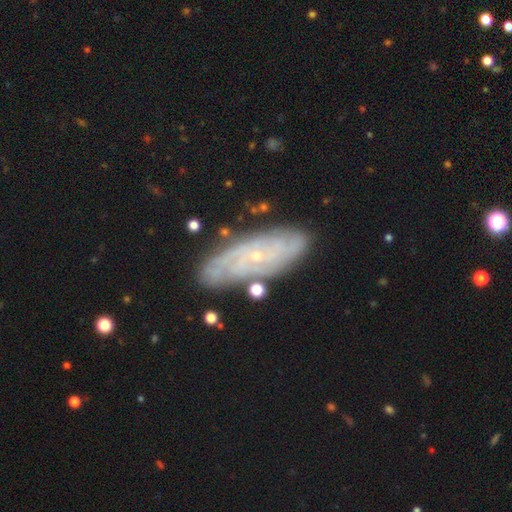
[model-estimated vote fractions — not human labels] smooth_or_featured: featured or disk (p=0.78) [alt: smooth p=0.14]
disk_edge_on: no (p=0.89) [alt: yes p=0.11]
bar: no (p=0.74) [alt: weak p=0.21]
has_spiral_arms: yes (p=0.92) [alt: no p=0.08]
spiral_winding: tight (p=0.70) [alt: medium p=0.24]
spiral_arm_count: can't tell (p=0.44) [alt: 2 p=0.17]
bulge_size: small (p=0.87) [alt: moderate p=0.09]
merging: none (p=0.79) [alt: minor disturbance p=0.14]